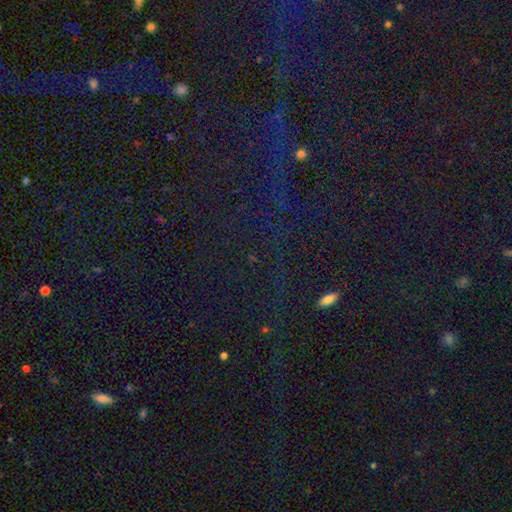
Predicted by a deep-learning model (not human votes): Morphology: type=star or artifact (81%).